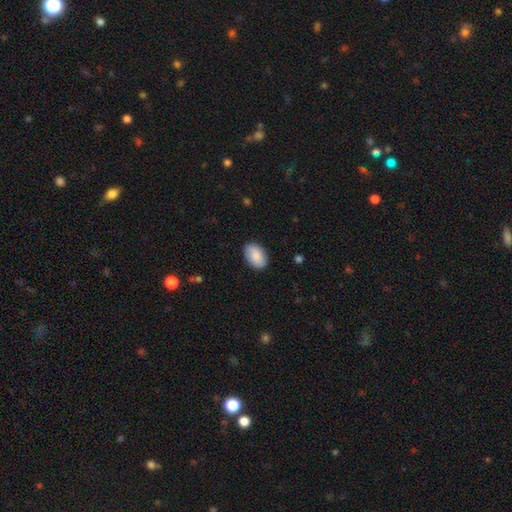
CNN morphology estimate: Smooth or featured? smooth (85%)
How rounded? in between (91%)
Merging? none (87%)